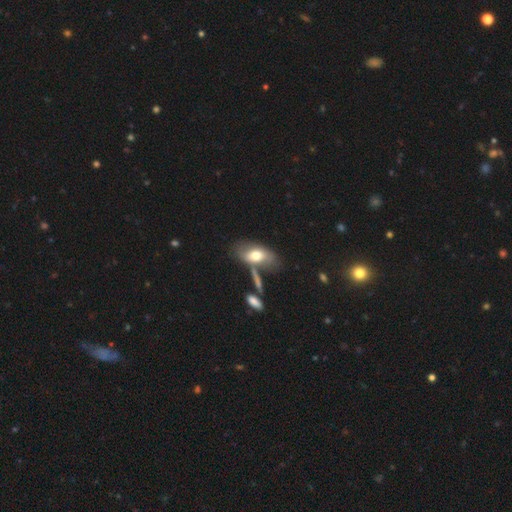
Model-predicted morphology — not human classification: Smooth or featured? Predicted: smooth (p=0.61). How rounded? Predicted: in between (p=0.89). Merging? Predicted: none (p=0.48).